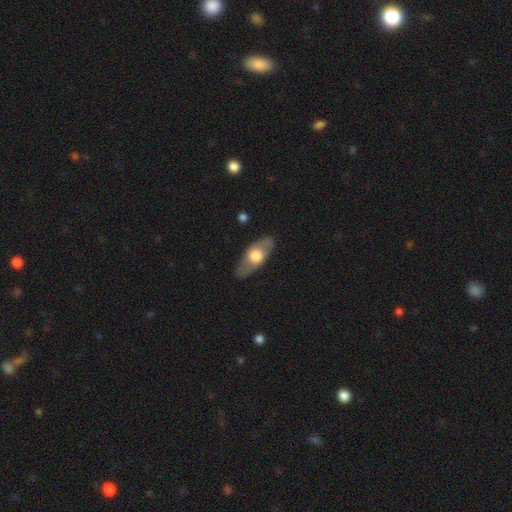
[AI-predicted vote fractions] smooth-or-featured: smooth: 52% | featured or disk: 43% | star or artifact: 5%
  how-rounded: in between: 78% | cigar-shaped: 17% | round: 5%
  merging: none: 85% | minor disturbance: 11% | major disturbance: 3% | merger: 1%